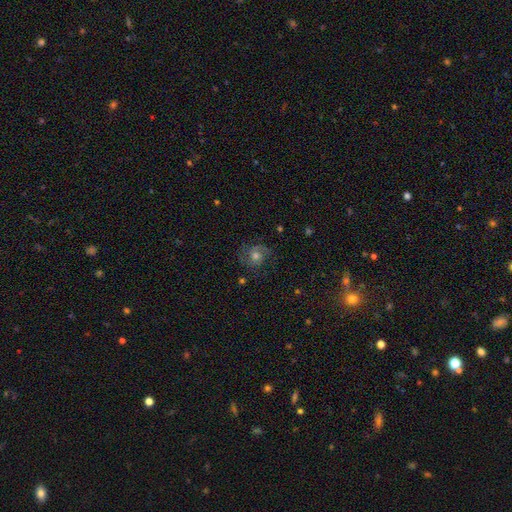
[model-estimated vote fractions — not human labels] This appears to be a featured or disk galaxy (63%) with no bar (71%), 2 (63%) medium (48%) spiral arms (92%) and a moderate central bulge (63%). Merging: none (74%).